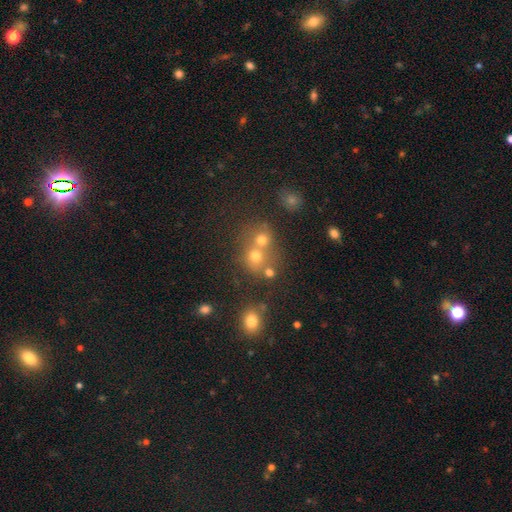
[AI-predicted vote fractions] Overall: smooth (55%; star or artifact 29%). How rounded: round (77%). Merging: merger (46%; none 42%).